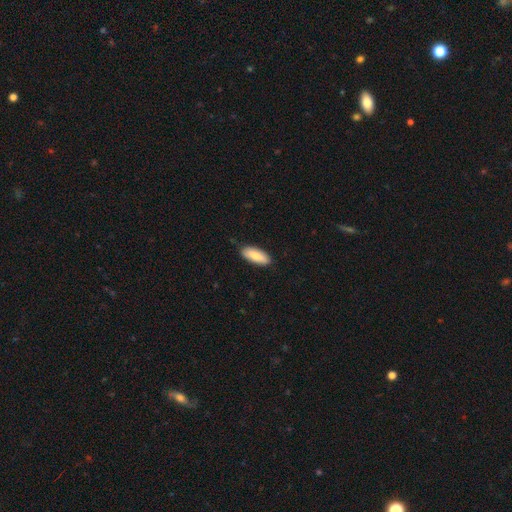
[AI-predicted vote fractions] A smooth galaxy with no disk features (83%) that is in between round and cigar-shaped (75%). Merging: none (84%).